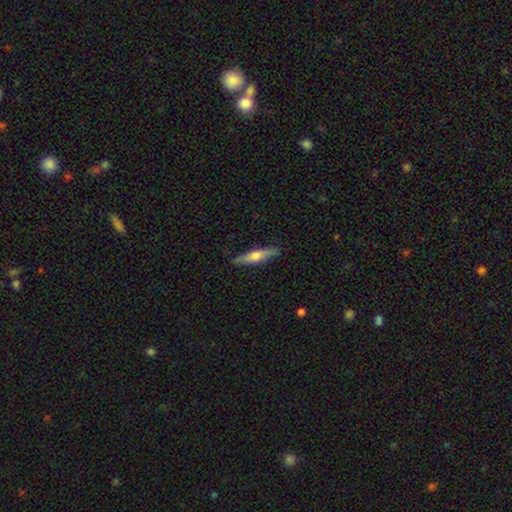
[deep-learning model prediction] Smooth or featured: smooth — 48% (featured or disk — 47%)
Merging: none — 86% (minor disturbance — 10%)